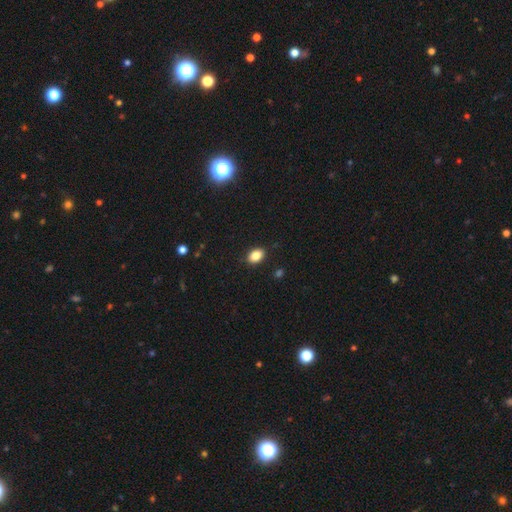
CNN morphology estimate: Q: Smooth or featured?
A: smooth (86%); runner-up: star or artifact (9%)
Q: How rounded?
A: in between (80%); runner-up: round (19%)
Q: Merging?
A: none (89%); runner-up: minor disturbance (8%)